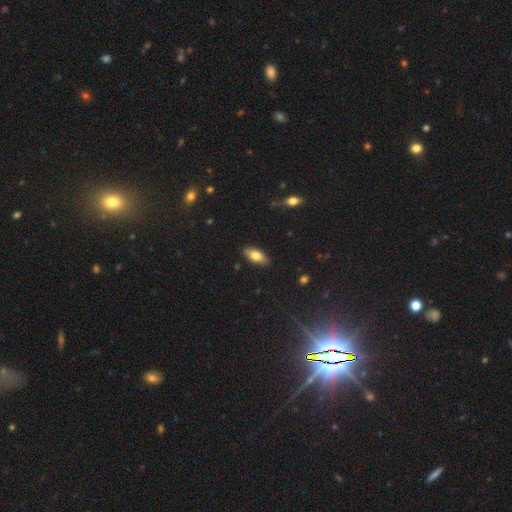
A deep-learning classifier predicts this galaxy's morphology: This appears to be a smooth galaxy with no disk features (75%) that is in between round and cigar-shaped (85%). Merging: none (87%).